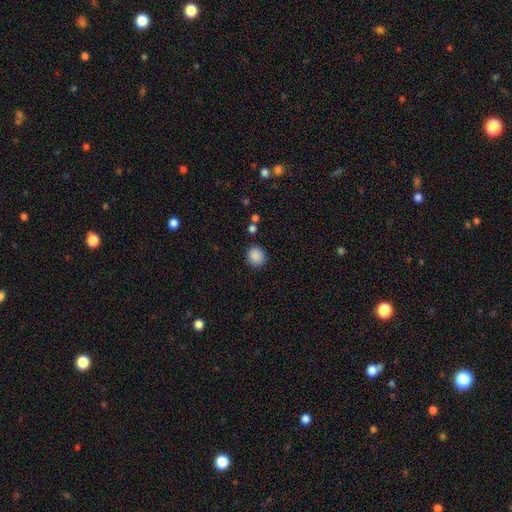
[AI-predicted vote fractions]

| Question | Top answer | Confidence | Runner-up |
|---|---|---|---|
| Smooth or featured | smooth | 88% | star or artifact (9%) |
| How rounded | round | 80% | in between (19%) |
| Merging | none | 85% | minor disturbance (9%) |